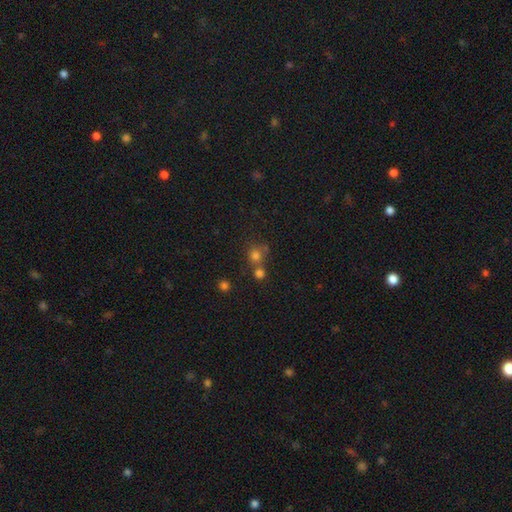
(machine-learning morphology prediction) Overall: smooth (70%). How rounded: round (87%). Merging: none (55%; merger 33%).